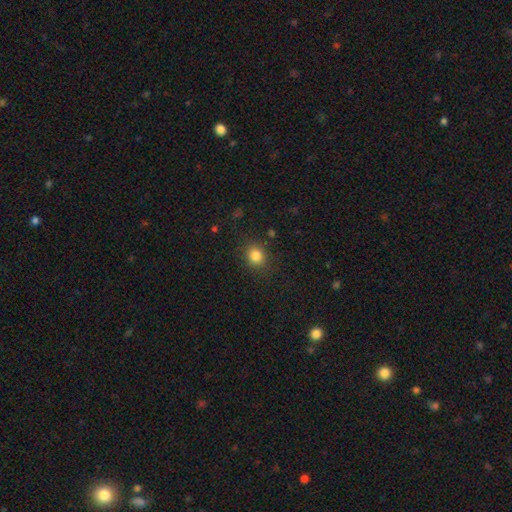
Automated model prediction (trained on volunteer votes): smooth-or-featured: smooth: 83% | star or artifact: 12% | featured or disk: 5%
  how-rounded: round: 78% | in between: 21% | cigar-shaped: 1%
  merging: none: 85% | minor disturbance: 10% | major disturbance: 4% | merger: 2%